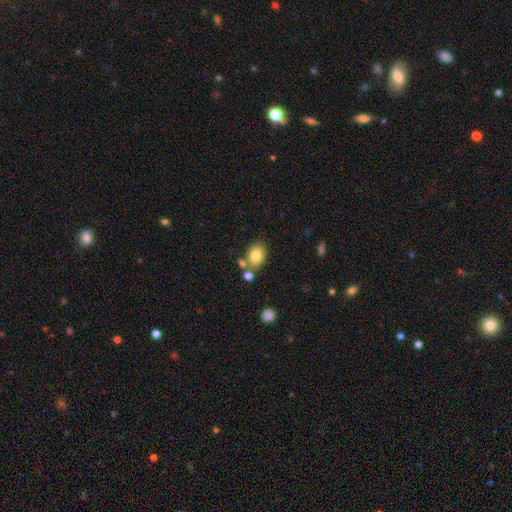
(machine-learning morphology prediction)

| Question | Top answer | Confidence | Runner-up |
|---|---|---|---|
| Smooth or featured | smooth | 79% | featured or disk (11%) |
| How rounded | in between | 62% | round (37%) |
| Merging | none | 68% | merger (16%) |